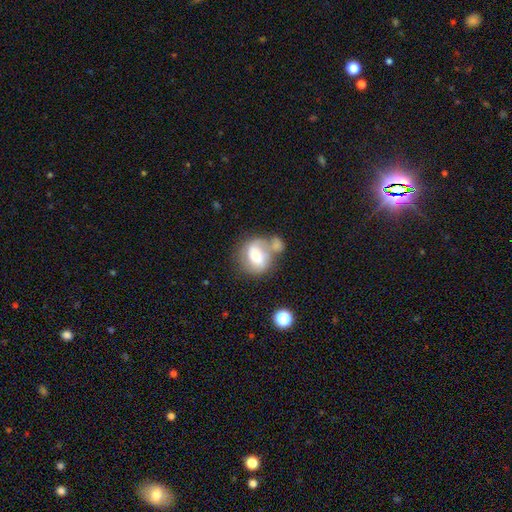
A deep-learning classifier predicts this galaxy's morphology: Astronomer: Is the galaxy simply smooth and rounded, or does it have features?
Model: smooth — 54% (runner-up: featured or disk, 38%).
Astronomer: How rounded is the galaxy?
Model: round — 69%.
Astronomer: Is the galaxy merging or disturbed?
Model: merger — 38% (runner-up: none, 35%).